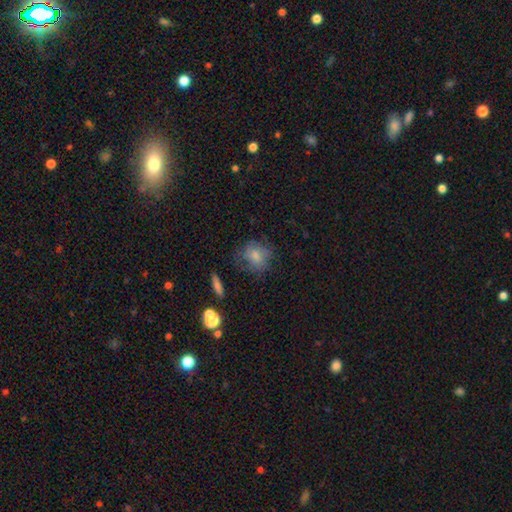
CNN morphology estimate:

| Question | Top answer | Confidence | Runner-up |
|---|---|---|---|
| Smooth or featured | smooth | 74% | featured or disk (17%) |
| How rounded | round | 73% | in between (25%) |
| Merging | none | 62% | minor disturbance (23%) |